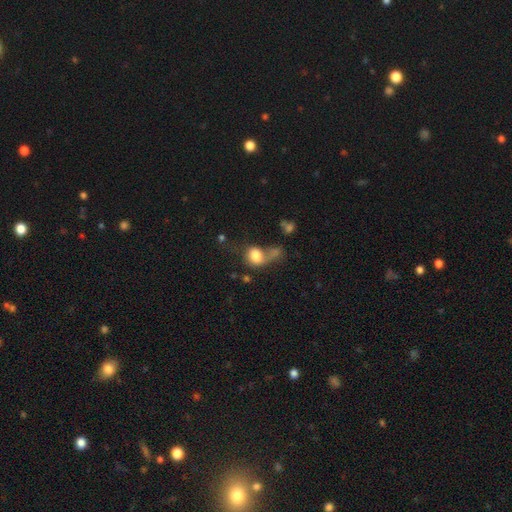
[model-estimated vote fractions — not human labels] Smooth or featured: smooth — 76% (featured or disk — 14%)
How rounded: in between — 51% (round — 47%)
Merging: merger — 36% (major disturbance — 26%)